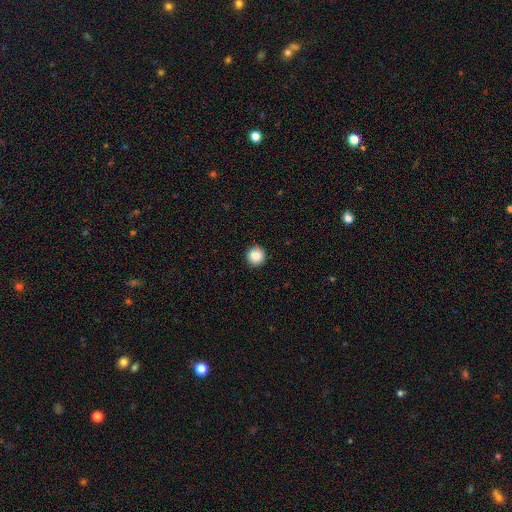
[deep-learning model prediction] Smooth or featured? Predicted: smooth (p=0.84). How rounded? Predicted: round (p=0.95). Merging? Predicted: none (p=0.90).